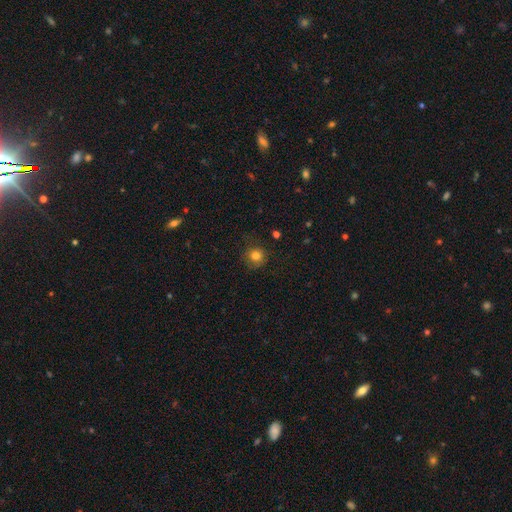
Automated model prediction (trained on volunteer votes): smooth 81%, star or artifact 13%, featured or disk 7%. Down the decision tree: how rounded — round (91%); merging — none (79%).